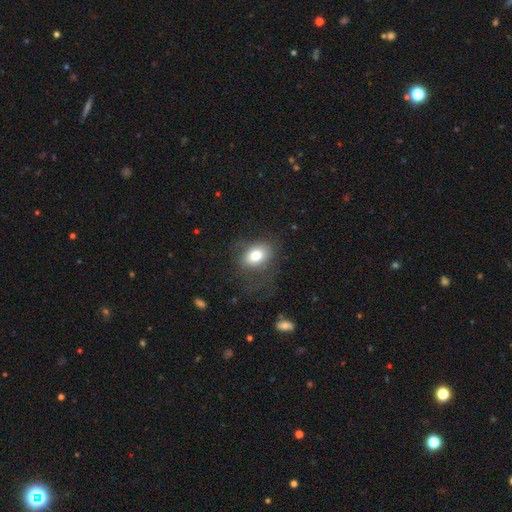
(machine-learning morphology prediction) This is likely a smooth galaxy (74%). How rounded: likely in between (70%). Merging: possibly none (58%).